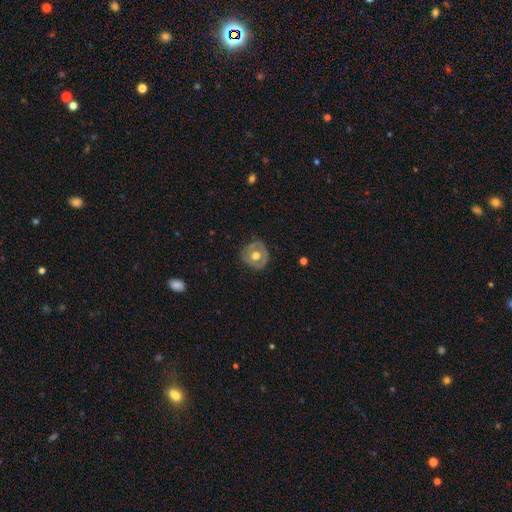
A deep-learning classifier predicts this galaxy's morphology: type=featured or disk (50%); merging=none (77%).